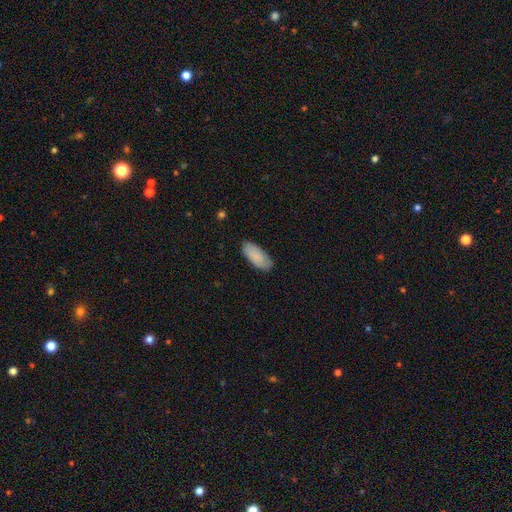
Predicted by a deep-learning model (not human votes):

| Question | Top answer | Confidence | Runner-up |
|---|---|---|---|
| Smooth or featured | smooth | 88% | featured or disk (7%) |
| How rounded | in between | 87% | cigar-shaped (12%) |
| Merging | none | 83% | minor disturbance (13%) |